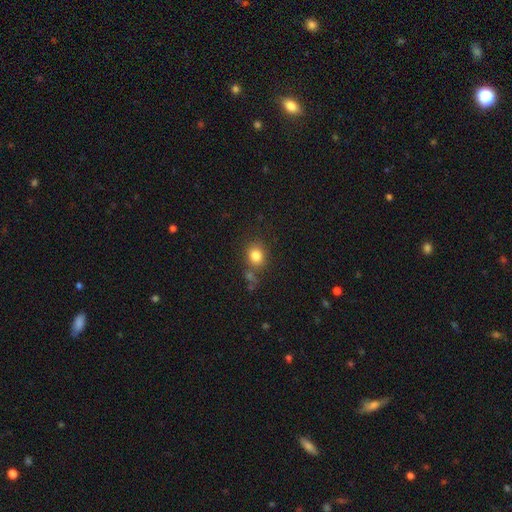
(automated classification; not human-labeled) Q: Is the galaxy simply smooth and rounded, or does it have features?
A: smooth — 82%.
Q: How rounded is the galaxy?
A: round — 71%.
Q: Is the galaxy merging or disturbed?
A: none — 73%.